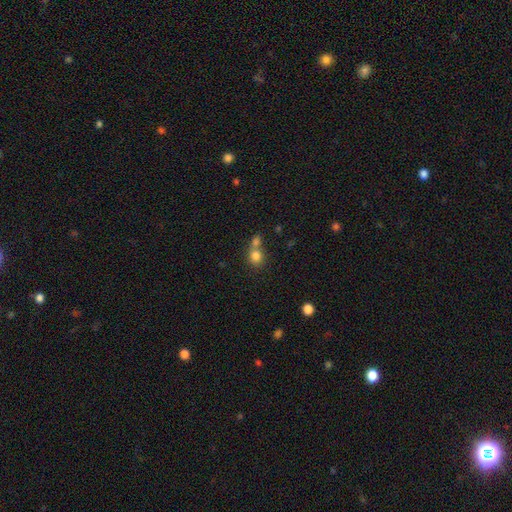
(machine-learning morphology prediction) Smooth or featured? Predicted: smooth (p=0.80). How rounded? Predicted: round (p=0.81). Merging? Predicted: merger (p=0.49).